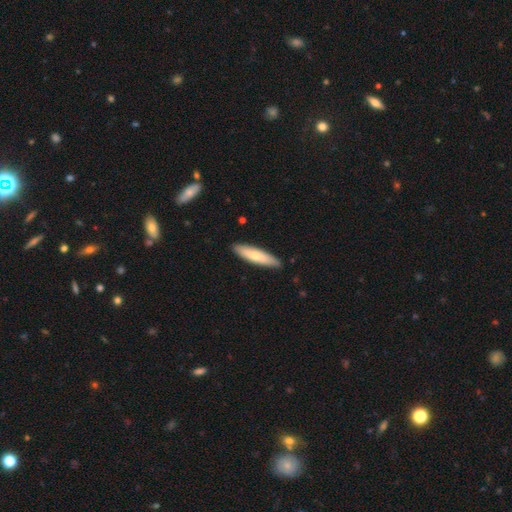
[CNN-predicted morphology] Smooth or featured?
  - smooth: 68% *
  - featured or disk: 27%
  - star or artifact: 5%
How rounded?
  - cigar-shaped: 76% *
  - in between: 23%
  - round: 1%
Merging?
  - none: 87% *
  - minor disturbance: 10%
  - major disturbance: 2%
  - merger: 1%